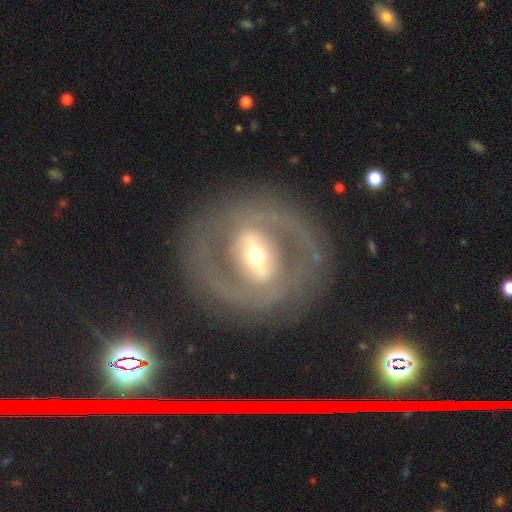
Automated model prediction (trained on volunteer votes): Smooth or featured? Predicted: featured or disk (p=0.78). Edge-on disk? Predicted: no (p=0.92). Bar? Predicted: strong (p=0.58). Spiral arms? Predicted: no (p=0.52). Bulge size? Predicted: moderate (p=0.59). Merging? Predicted: none (p=0.79).